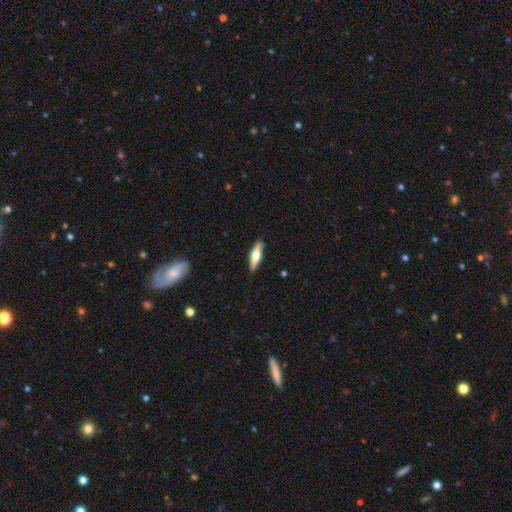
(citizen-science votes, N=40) Volunteers were most divided on "smooth or featured": featured or disk: 70%, smooth: 25%, star or artifact: 5%. More confident: edge-on disk — yes (93%); edge-on bulge — rounded (92%); merging — none (76%).